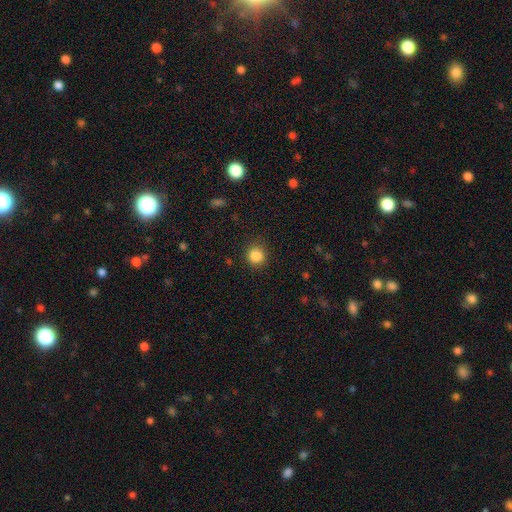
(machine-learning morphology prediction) This is clearly a smooth galaxy (86%). How rounded: clearly round (87%). Merging: clearly none (86%).